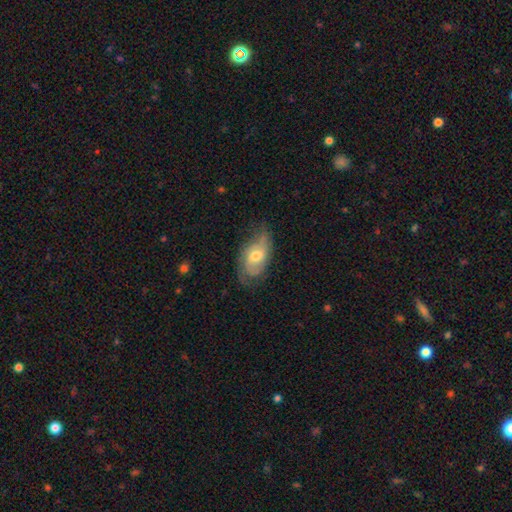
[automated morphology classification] A featured or disk galaxy (56%) with no bar (63%), spiral arms (79%) and a moderate central bulge (71%).

Vote fractions:
- Smooth or featured? featured or disk: 56% / smooth: 36% / star or artifact: 7%
- Edge-on disk? no: 92% / yes: 8%
- Bar? no: 63% / weak: 30% / strong: 7%
- Spiral arms? yes: 79% / no: 21%
- Bulge size? moderate: 71% / small: 20% / large: 7% / none: 1% / dominant: 1%
- Merging? none: 58% / minor disturbance: 30% / major disturbance: 11% / merger: 1%